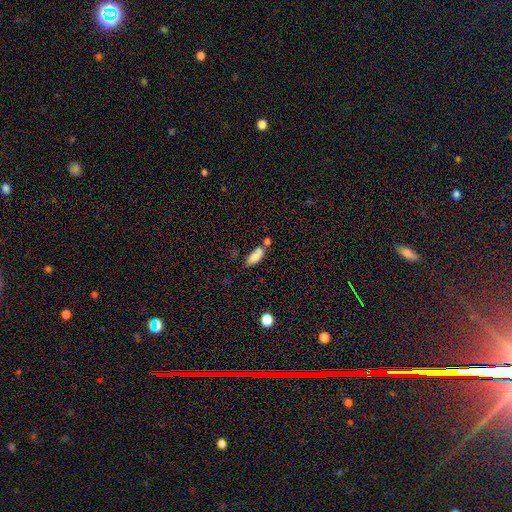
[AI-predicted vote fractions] This is likely a smooth galaxy (80%). How rounded: likely in between (75%). Merging: possibly none (46%).